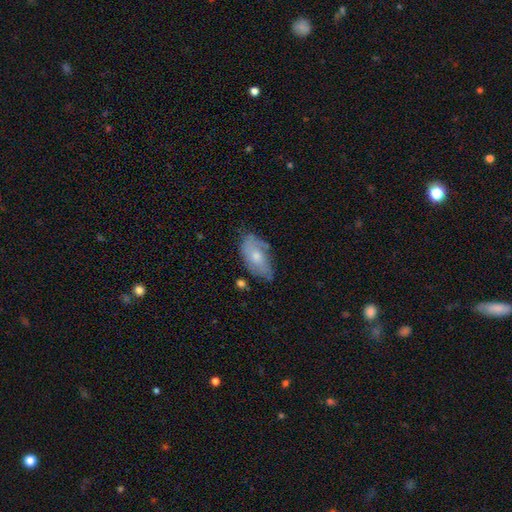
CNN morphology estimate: This is possibly a smooth galaxy (49%). Merging: possibly none (55%).